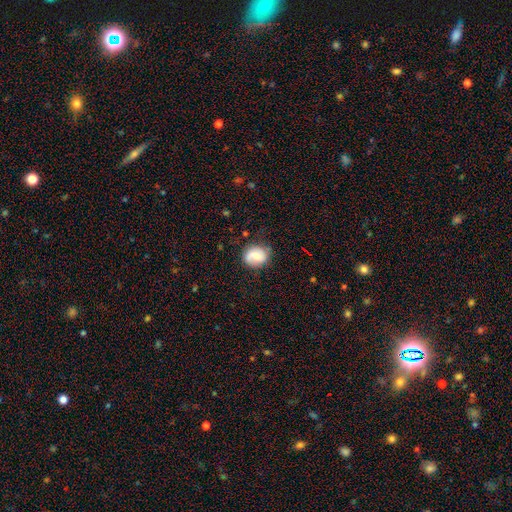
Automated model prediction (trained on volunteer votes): smooth 54%, featured or disk 37%, star or artifact 8%. Down the decision tree: how rounded — round (65%); merging — none (74%).